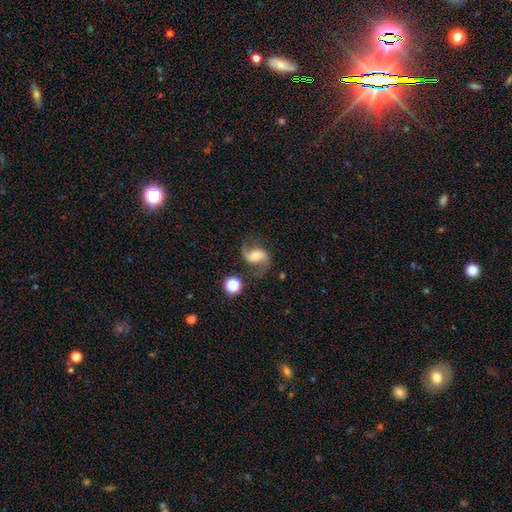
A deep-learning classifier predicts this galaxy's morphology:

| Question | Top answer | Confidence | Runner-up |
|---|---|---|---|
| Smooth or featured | featured or disk | 83% | smooth (10%) |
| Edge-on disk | no | 97% | yes (3%) |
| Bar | weak | 38% | no (37%) |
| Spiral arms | yes | 96% | no (4%) |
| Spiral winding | loose | 61% | medium (33%) |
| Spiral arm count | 2 | 92% | 1 (3%) |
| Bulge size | moderate | 57% | small (32%) |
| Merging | none | 74% | minor disturbance (14%) |